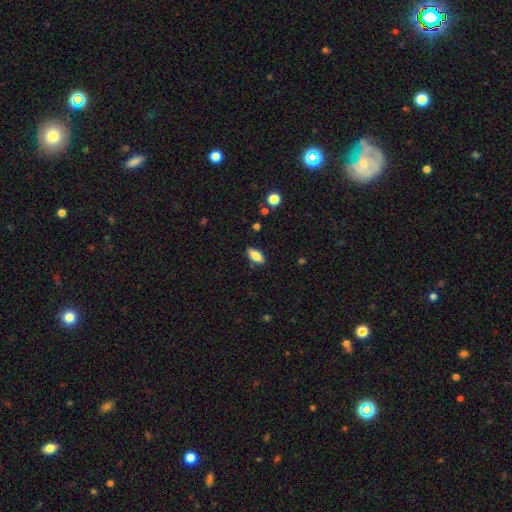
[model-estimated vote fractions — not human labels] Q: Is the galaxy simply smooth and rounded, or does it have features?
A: smooth — 80%.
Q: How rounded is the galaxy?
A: in between — 86%.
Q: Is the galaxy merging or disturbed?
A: none — 84%.